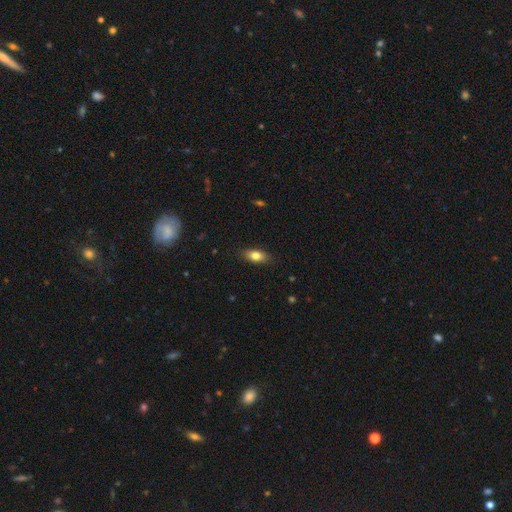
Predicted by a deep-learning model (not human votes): This appears to be a smooth galaxy with no disk features (79%) that is in between round and cigar-shaped (83%). Merging: none (85%).